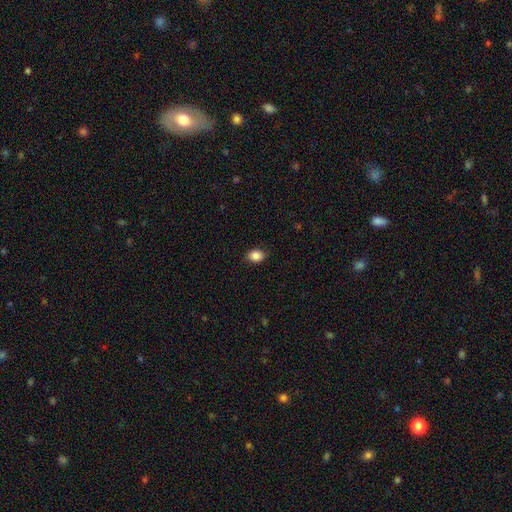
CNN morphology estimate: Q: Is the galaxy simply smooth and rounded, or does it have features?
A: smooth — 87%.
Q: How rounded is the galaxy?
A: in between — 67%.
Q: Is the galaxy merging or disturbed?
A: none — 85%.